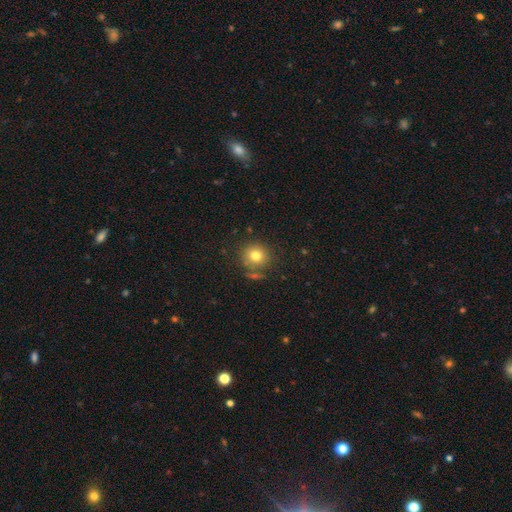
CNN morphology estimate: This is likely a smooth galaxy (78%). How rounded: clearly round (89%). Merging: likely none (75%).